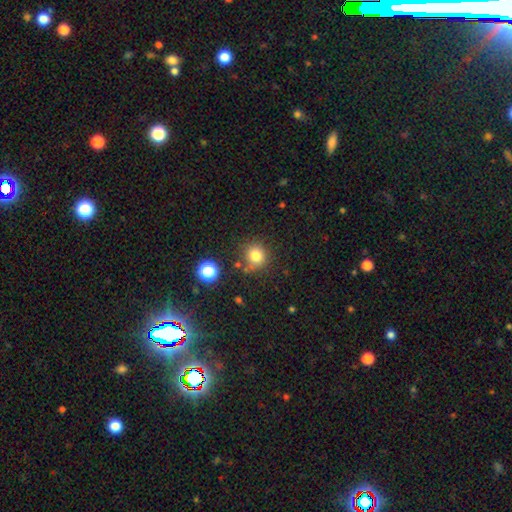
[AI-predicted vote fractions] Overall: smooth (79%). How rounded: round (87%). Merging: none (76%).